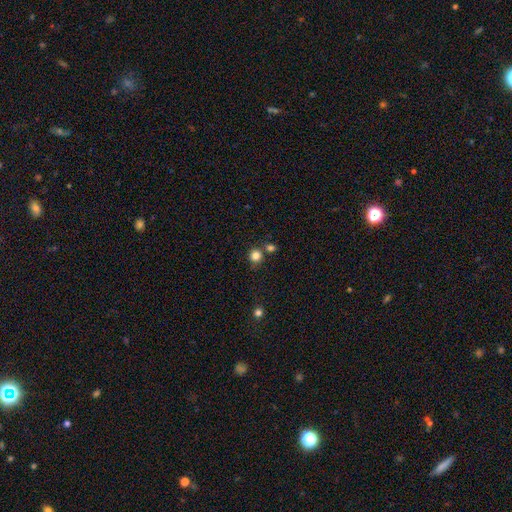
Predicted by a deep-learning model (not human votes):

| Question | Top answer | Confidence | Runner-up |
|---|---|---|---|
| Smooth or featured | smooth | 82% | star or artifact (13%) |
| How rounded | round | 89% | in between (10%) |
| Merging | none | 73% | merger (14%) |